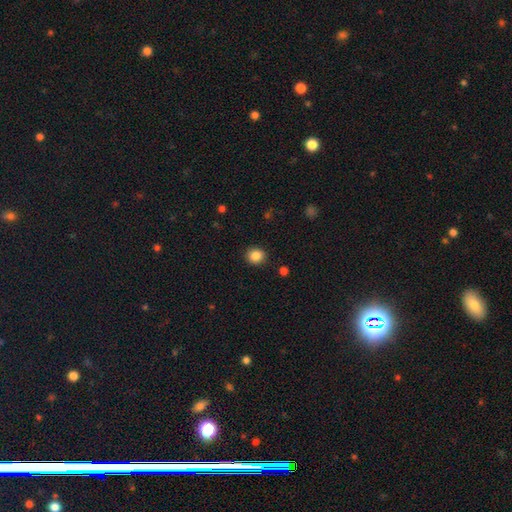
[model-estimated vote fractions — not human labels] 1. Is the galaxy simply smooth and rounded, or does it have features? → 86% smooth, 10% star or artifact, 4% featured or disk.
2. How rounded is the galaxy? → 79% round, 20% in between, 1% cigar-shaped.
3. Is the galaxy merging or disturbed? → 90% none, 7% minor disturbance, 2% major disturbance, 1% merger.